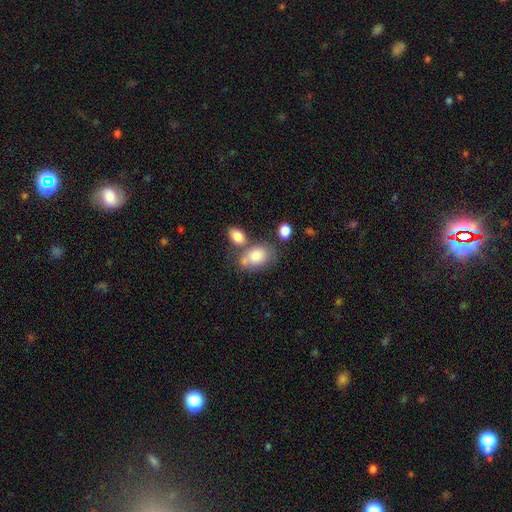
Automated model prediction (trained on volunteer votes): Overall: smooth (80%). How rounded: in between (80%). Merging: none (41%; merger 31%).